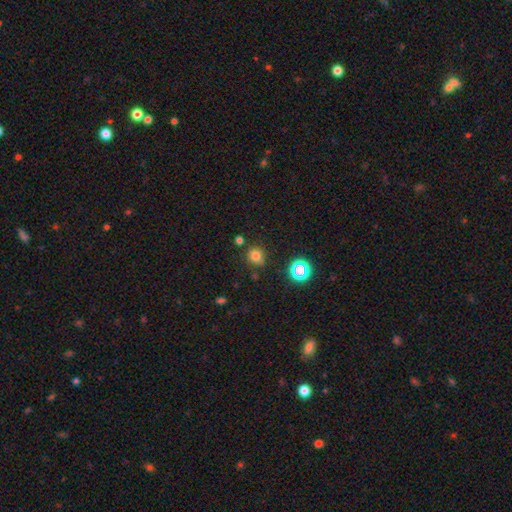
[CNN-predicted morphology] Smooth or featured? smooth (72%)
How rounded? round (80%)
Merging? none (76%)